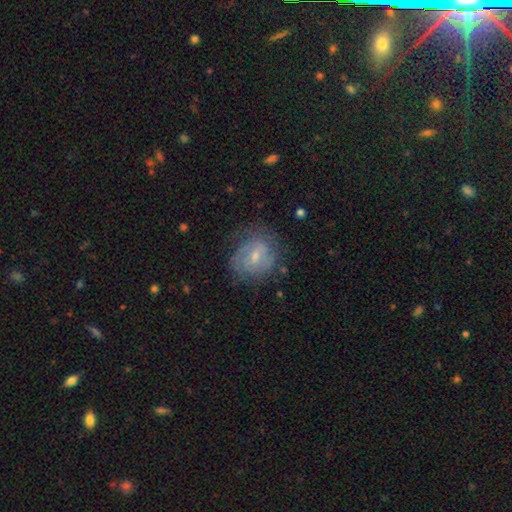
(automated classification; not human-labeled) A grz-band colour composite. It shows a featured or disk galaxy (61%) with a weak bar (54%), spiral arms (70%) and a small central bulge (55%). Merging: none (64%).